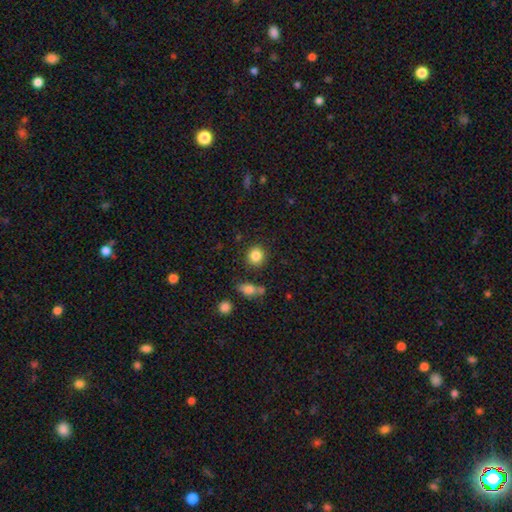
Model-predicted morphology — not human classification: The model was most divided on "how rounded": round: 85%, in between: 14%, cigar-shaped: 1%. More confident: smooth or featured — smooth (85%); merging — none (84%).